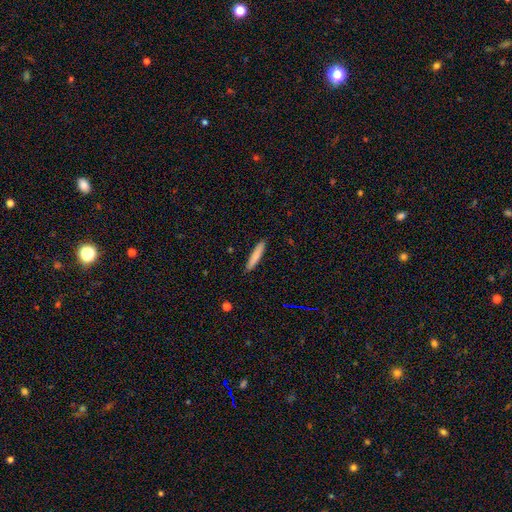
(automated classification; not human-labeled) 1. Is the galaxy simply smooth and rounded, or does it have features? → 80% smooth, 14% featured or disk, 6% star or artifact.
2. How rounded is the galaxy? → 91% cigar-shaped, 8% in between, 1% round.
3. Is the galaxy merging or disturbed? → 90% none, 7% minor disturbance, 1% major disturbance, 1% merger.